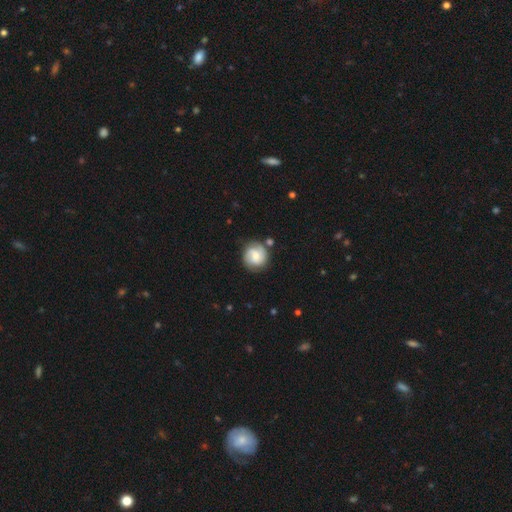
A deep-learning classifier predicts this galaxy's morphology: smooth_or_featured: featured or disk (p=0.53) [alt: smooth p=0.40]
disk_edge_on: no (p=0.98) [alt: yes p=0.02]
bar: no (p=0.48) [alt: weak p=0.43]
has_spiral_arms: yes (p=0.89) [alt: no p=0.11]
bulge_size: moderate (p=0.45) [alt: small p=0.42]
merging: none (p=0.73) [alt: minor disturbance p=0.16]